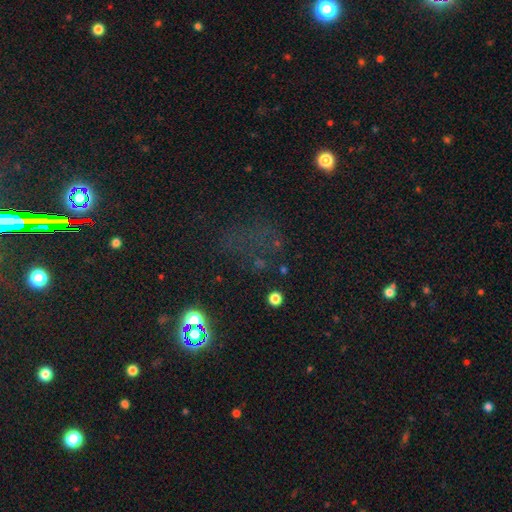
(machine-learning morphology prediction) smooth_or_featured: star or artifact (p=0.54) [alt: smooth p=0.30]